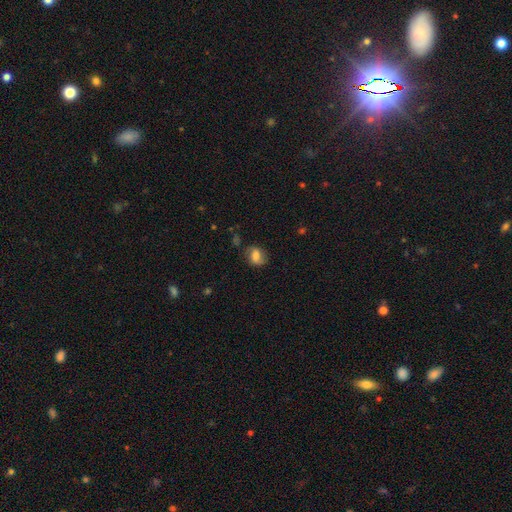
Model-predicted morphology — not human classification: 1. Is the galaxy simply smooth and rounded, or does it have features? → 58% smooth, 33% featured or disk, 9% star or artifact.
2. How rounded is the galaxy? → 55% in between, 44% round, 2% cigar-shaped.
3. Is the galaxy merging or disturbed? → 69% none, 21% minor disturbance, 8% major disturbance, 2% merger.